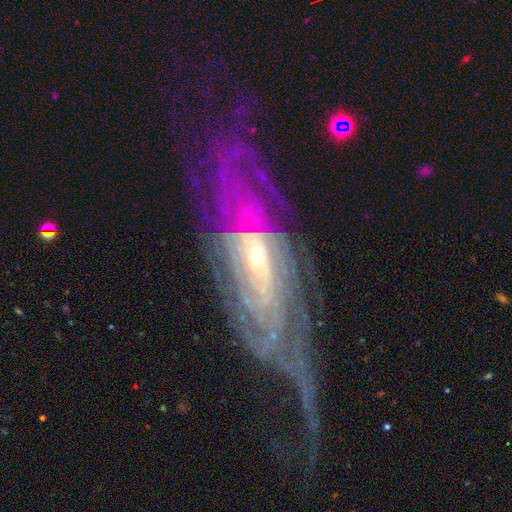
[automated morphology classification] This appears to be a featured or disk galaxy (87%) with a weak bar (41%), tight (59%) spiral arms (94%) and a small central bulge (55%). Merging: none (61%).